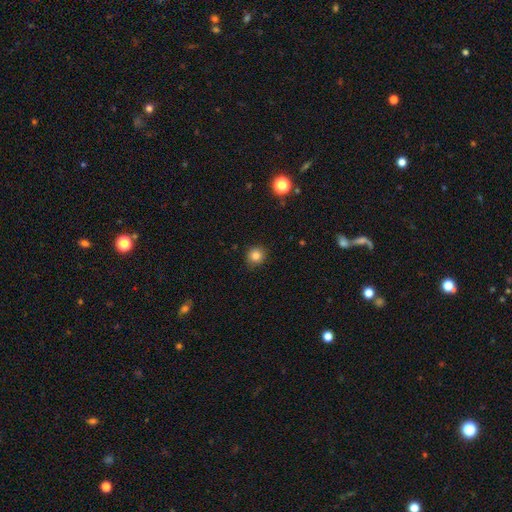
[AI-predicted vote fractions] smooth-or-featured: smooth: 82% | star or artifact: 12% | featured or disk: 6%
  how-rounded: round: 91% | in between: 8% | cigar-shaped: 1%
  merging: none: 89% | minor disturbance: 8% | major disturbance: 2% | merger: 1%